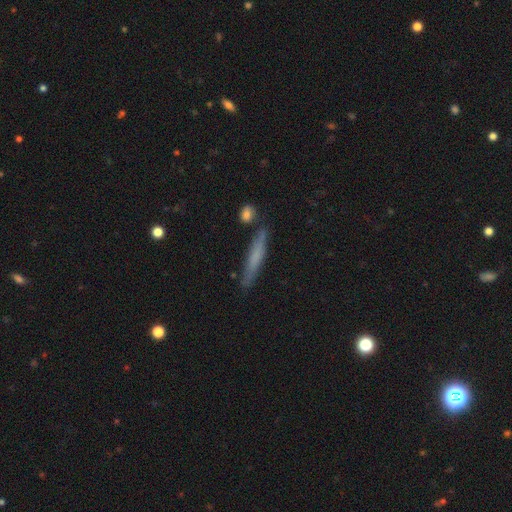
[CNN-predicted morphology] type=smooth (58%); roundness=cigar-shaped (93%); merging=none (81%).